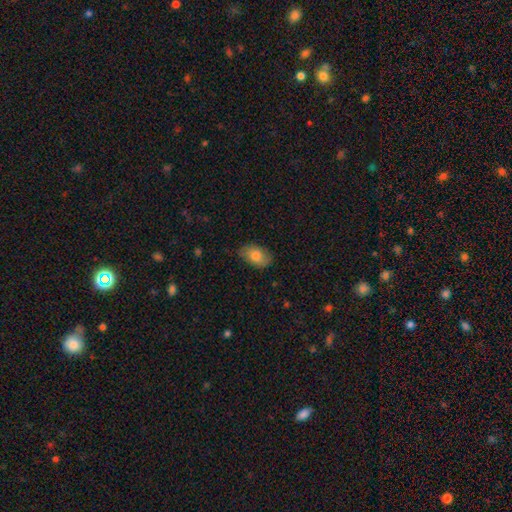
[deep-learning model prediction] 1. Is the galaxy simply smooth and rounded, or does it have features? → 78% smooth, 15% featured or disk, 7% star or artifact.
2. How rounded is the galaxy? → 90% in between, 8% round, 1% cigar-shaped.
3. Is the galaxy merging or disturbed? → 76% none, 20% minor disturbance, 3% major disturbance, 1% merger.